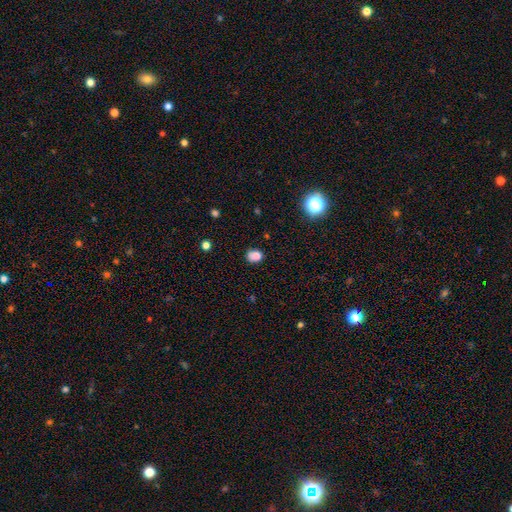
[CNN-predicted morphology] This is likely a smooth galaxy (77%). How rounded: possibly round (59%). Merging: likely none (64%).